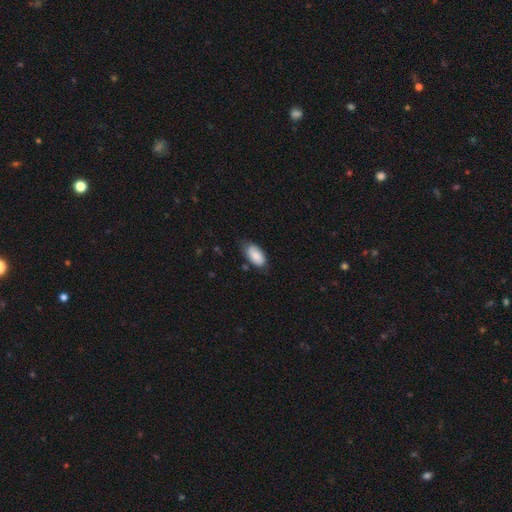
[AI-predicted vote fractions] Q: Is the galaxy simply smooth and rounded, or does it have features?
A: smooth — 83%.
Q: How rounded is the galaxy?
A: in between — 95%.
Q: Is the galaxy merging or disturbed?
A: none — 67%.